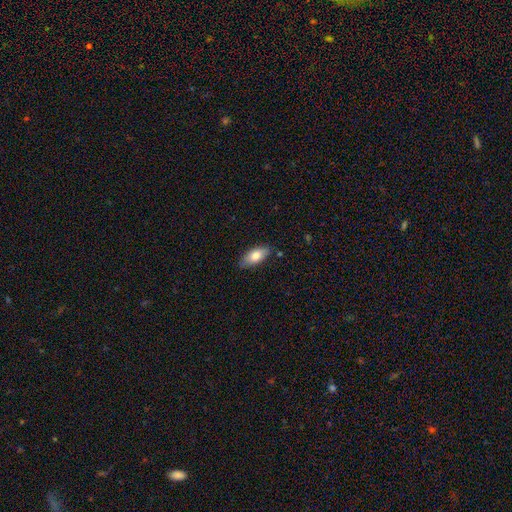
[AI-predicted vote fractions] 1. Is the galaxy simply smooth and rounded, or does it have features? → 76% smooth, 17% featured or disk, 6% star or artifact.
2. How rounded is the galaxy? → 84% in between, 14% cigar-shaped, 2% round.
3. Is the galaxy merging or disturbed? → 83% none, 13% minor disturbance, 2% major disturbance, 2% merger.